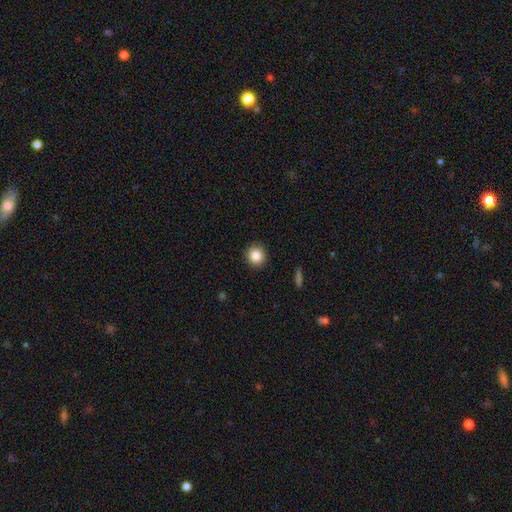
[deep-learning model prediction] Q: Smooth or featured?
A: smooth (85%); runner-up: star or artifact (9%)
Q: How rounded?
A: round (91%); runner-up: in between (8%)
Q: Merging?
A: none (91%); runner-up: minor disturbance (6%)